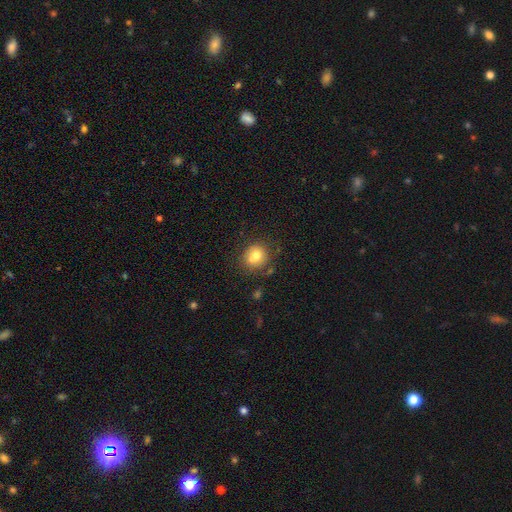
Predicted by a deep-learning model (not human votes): Morphology: type=smooth (76%); roundness=round (82%); merging=none (73%).